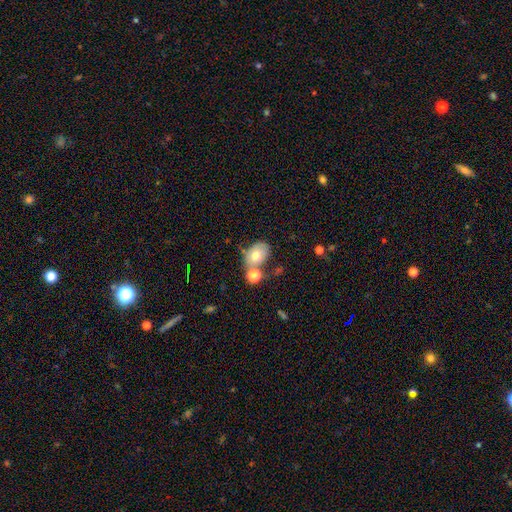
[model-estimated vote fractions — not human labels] A smooth galaxy with no disk features (69%) that is in between round and cigar-shaped (76%). Merging: none (47%).